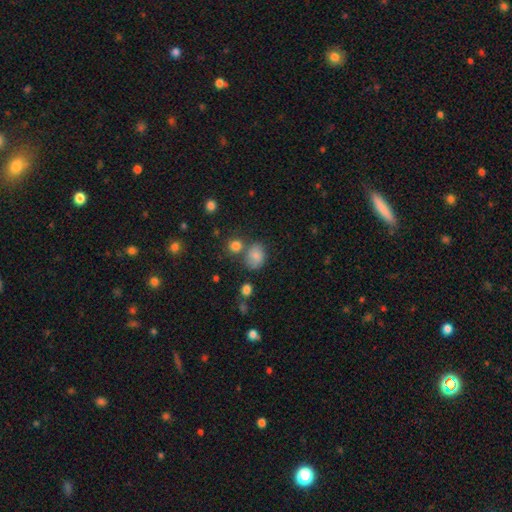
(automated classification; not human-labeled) smooth-or-featured: smooth: 79% | star or artifact: 12% | featured or disk: 9%
  how-rounded: in between: 52% | round: 47% | cigar-shaped: 1%
  merging: none: 58% | minor disturbance: 19% | merger: 17% | major disturbance: 7%